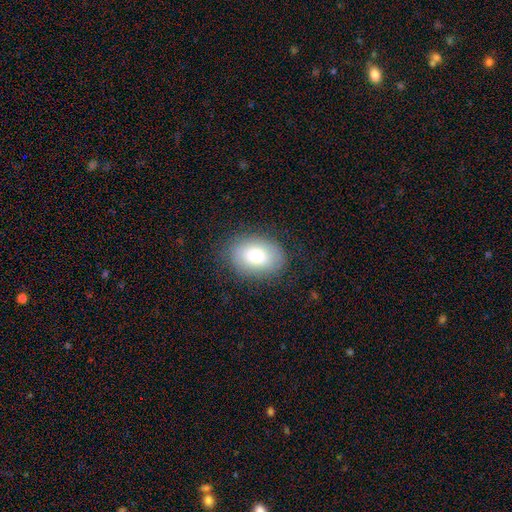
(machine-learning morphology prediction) Smooth or featured? smooth (80%)
How rounded? in between (82%)
Merging? none (82%)